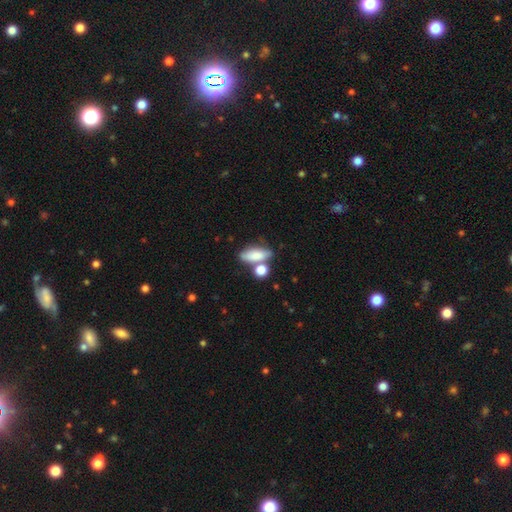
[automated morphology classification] Q: Smooth or featured?
A: smooth (78%); runner-up: featured or disk (14%)
Q: How rounded?
A: in between (73%); runner-up: cigar-shaped (19%)
Q: Merging?
A: none (48%); runner-up: merger (29%)